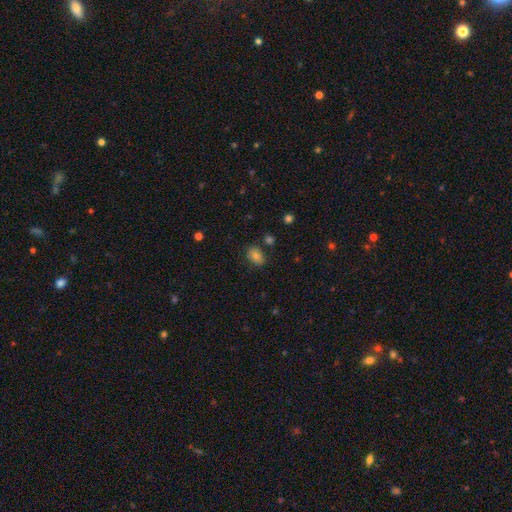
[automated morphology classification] Smooth or featured?
  - smooth: 76% *
  - star or artifact: 12%
  - featured or disk: 12%
How rounded?
  - in between: 72% *
  - round: 27%
  - cigar-shaped: 1%
Merging?
  - none: 78% *
  - minor disturbance: 15%
  - merger: 4%
  - major disturbance: 4%